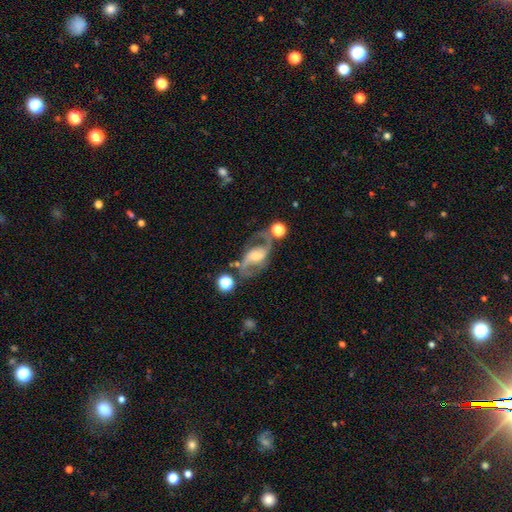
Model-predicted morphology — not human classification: type=featured or disk (85%); edge-on=no (96%); bar=weak (43%); spiral arms=yes (95%); winding=medium (50%); arm count=2 (91%); bulge=moderate (43%); merging=none (63%).